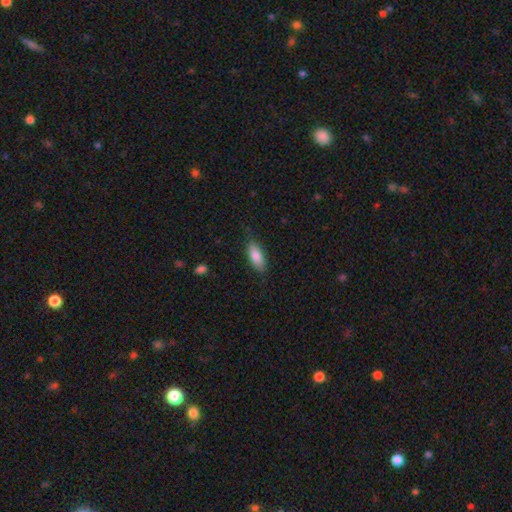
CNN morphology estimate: smooth 83%, featured or disk 11%, star or artifact 6%. Down the decision tree: how rounded — in between (78%); merging — none (79%).